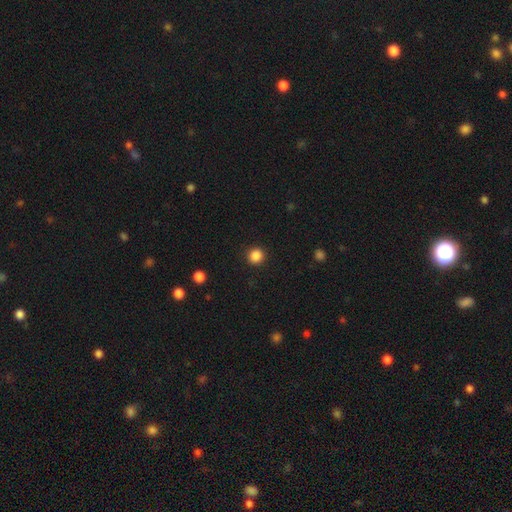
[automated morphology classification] type=smooth (86%); roundness=round (94%); merging=none (92%).